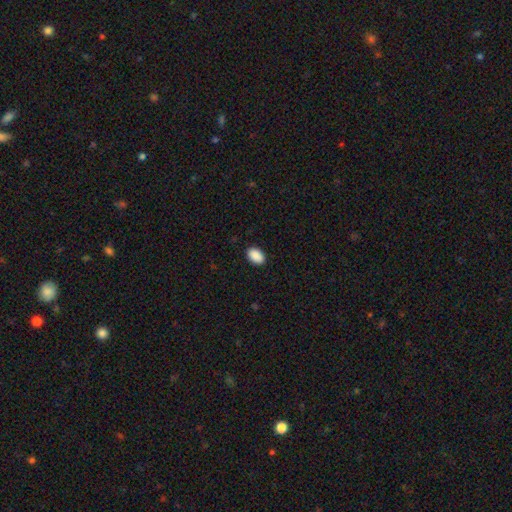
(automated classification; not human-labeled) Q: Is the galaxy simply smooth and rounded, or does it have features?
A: smooth — 91%.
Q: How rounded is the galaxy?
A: in between — 89%.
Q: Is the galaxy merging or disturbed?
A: none — 90%.